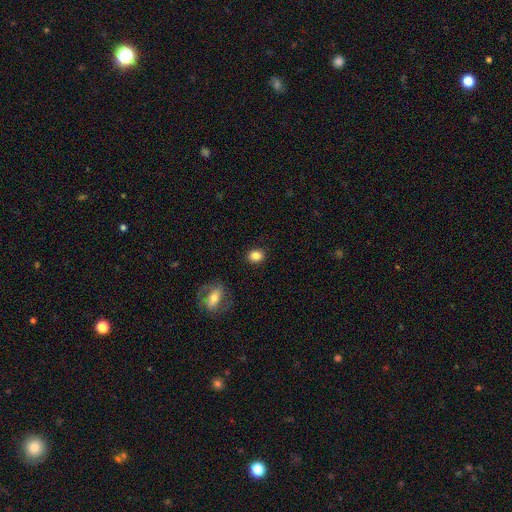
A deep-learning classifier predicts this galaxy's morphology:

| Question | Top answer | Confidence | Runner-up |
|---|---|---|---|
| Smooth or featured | smooth | 84% | star or artifact (10%) |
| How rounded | round | 57% | in between (42%) |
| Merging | none | 88% | minor disturbance (8%) |